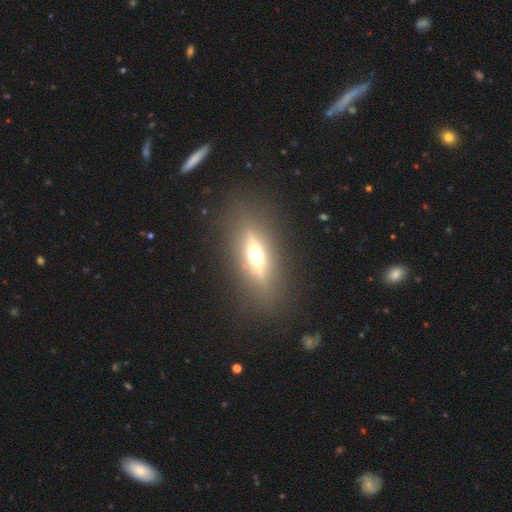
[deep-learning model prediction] The model was most divided on "smooth or featured": featured or disk: 59%, smooth: 30%, star or artifact: 10%. More confident: edge-on bulge — rounded (95%); merging — none (86%); edge-on disk — yes (86%).